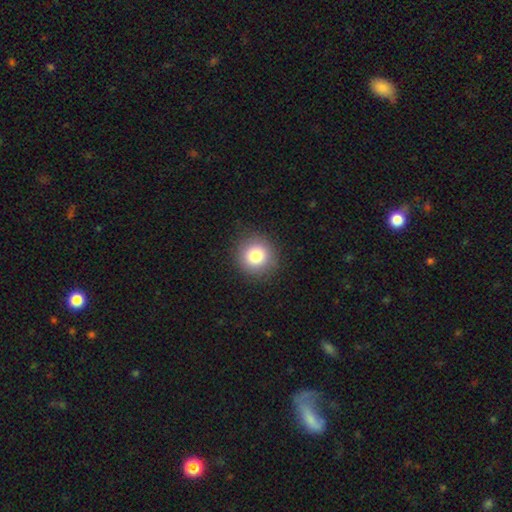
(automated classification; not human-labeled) The model was most divided on "smooth or featured": smooth: 81%, star or artifact: 11%, featured or disk: 9%. More confident: how rounded — round (93%); merging — none (90%).